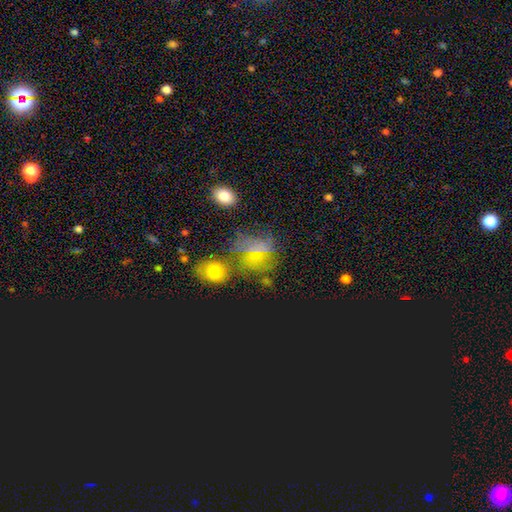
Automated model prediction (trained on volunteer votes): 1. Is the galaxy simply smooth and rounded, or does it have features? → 41% star or artifact, 39% smooth, 20% featured or disk.